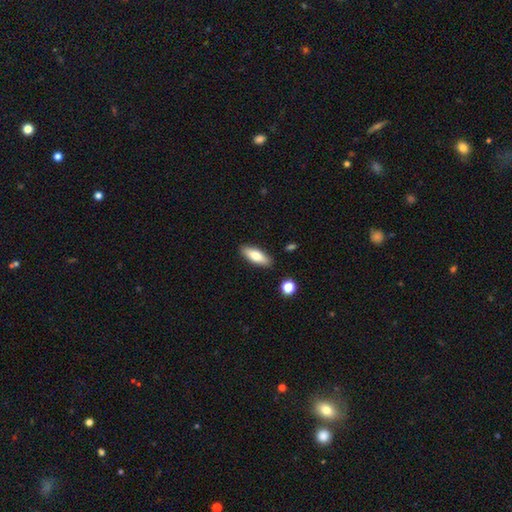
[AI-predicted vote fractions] The model was most divided on "how rounded": in between: 65%, cigar-shaped: 33%, round: 2%. More confident: merging — none (87%); smooth or featured — smooth (74%).